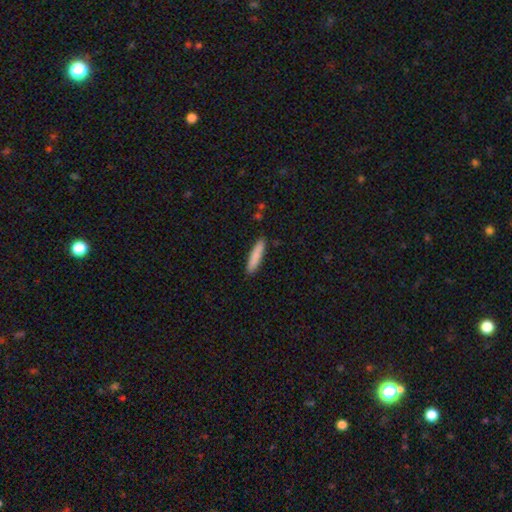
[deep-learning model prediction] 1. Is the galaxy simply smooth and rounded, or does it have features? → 85% smooth, 10% featured or disk, 6% star or artifact.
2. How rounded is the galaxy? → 87% cigar-shaped, 12% in between, 1% round.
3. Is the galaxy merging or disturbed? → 90% none, 7% minor disturbance, 2% major disturbance, 1% merger.